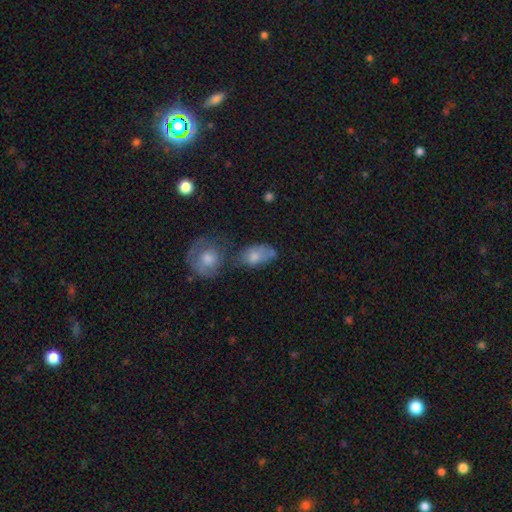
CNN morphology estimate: type=smooth (71%); roundness=in between (84%); merging=none (35%).